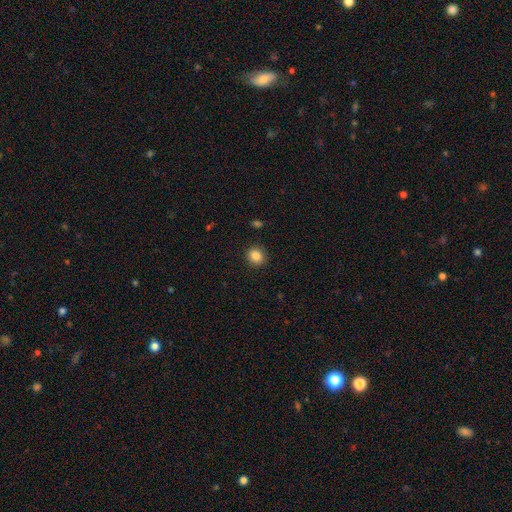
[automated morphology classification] This is clearly a smooth galaxy (86%). How rounded: clearly round (81%). Merging: clearly none (90%).